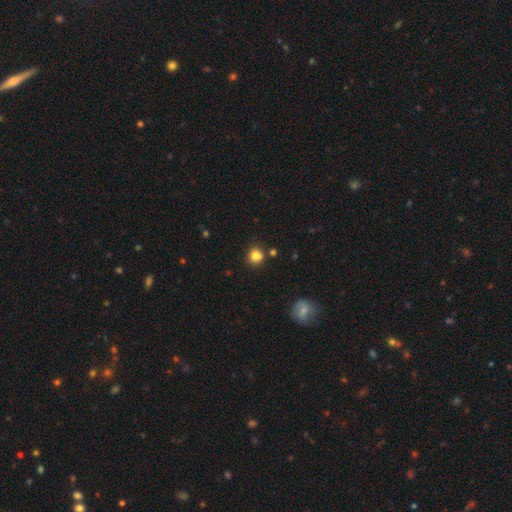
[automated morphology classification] smooth_or_featured: smooth (p=0.83) [alt: star or artifact p=0.12]
how_rounded: round (p=0.85) [alt: in between p=0.14]
merging: none (p=0.78) [alt: minor disturbance p=0.12]